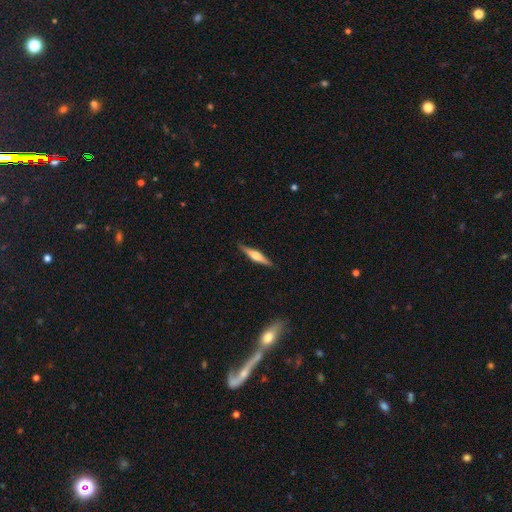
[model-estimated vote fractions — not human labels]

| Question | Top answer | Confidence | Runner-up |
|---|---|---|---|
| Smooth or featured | featured or disk | 63% | smooth (32%) |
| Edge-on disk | yes | 97% | no (3%) |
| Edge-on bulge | rounded | 86% | boxy (10%) |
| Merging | none | 88% | minor disturbance (9%) |